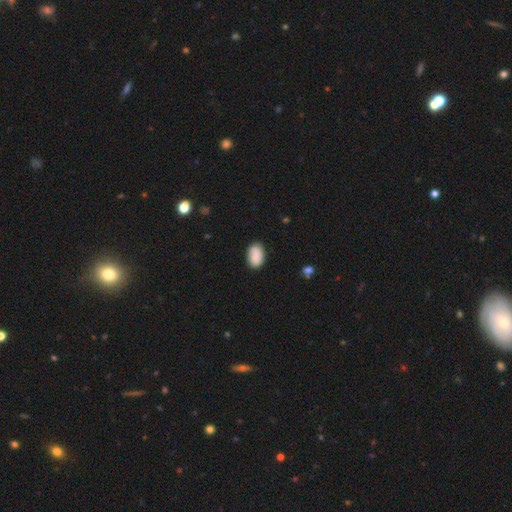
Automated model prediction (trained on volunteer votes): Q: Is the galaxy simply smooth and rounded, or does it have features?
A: smooth — 89%.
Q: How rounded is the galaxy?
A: in between — 89%.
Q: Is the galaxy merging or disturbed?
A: none — 83%.